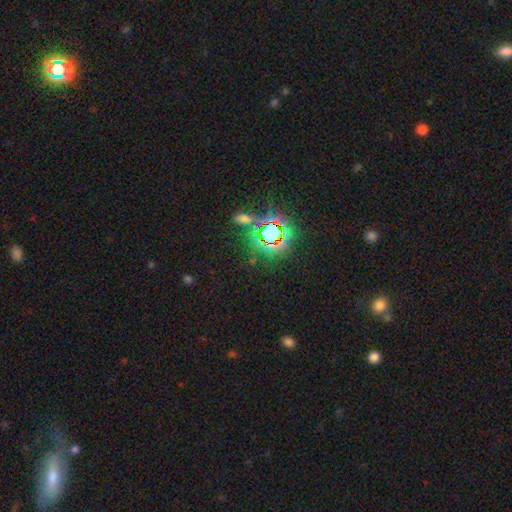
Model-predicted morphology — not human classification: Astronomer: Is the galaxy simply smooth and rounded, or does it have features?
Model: star or artifact — 79%.